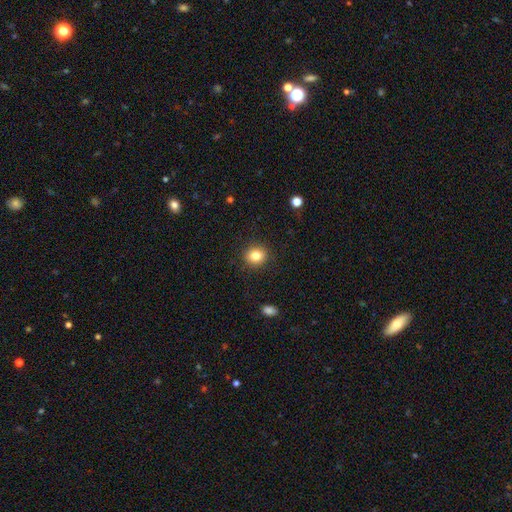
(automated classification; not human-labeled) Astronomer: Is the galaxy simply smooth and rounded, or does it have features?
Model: smooth — 82%.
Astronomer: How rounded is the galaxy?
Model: round — 82%.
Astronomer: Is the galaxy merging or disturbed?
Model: none — 91%.